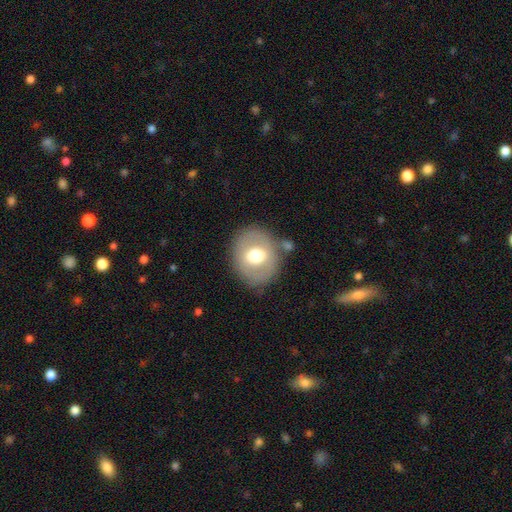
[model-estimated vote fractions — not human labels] Smooth or featured? Predicted: smooth (p=0.55). How rounded? Predicted: round (p=0.61). Merging? Predicted: none (p=0.70).